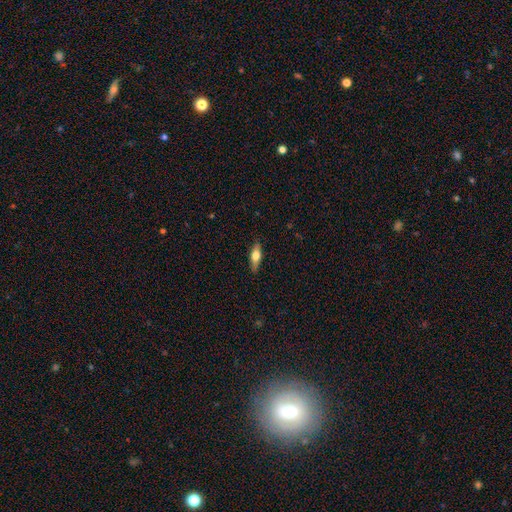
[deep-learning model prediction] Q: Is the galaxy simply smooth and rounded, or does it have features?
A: smooth — 52%.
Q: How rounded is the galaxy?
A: cigar-shaped — 49%.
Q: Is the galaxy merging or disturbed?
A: none — 86%.